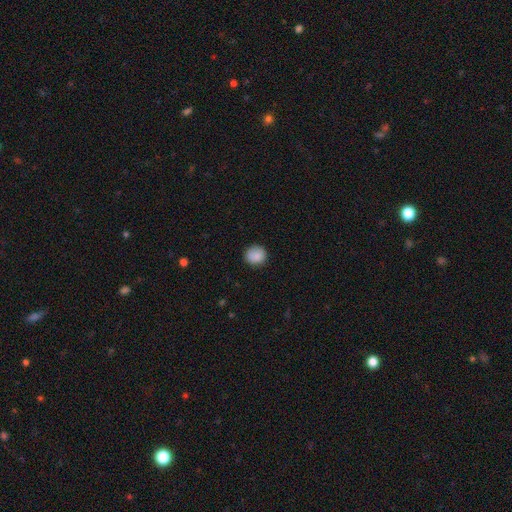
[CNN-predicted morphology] A smooth galaxy with no disk features (87%) that is round (87%). Merging: none (87%).